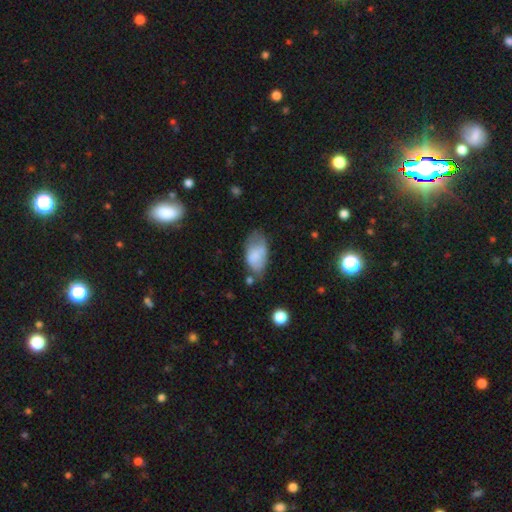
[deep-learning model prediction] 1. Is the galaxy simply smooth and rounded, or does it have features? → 72% smooth, 20% featured or disk, 8% star or artifact.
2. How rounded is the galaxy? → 93% in between, 4% round, 3% cigar-shaped.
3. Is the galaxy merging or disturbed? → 43% none, 34% minor disturbance, 16% major disturbance, 7% merger.